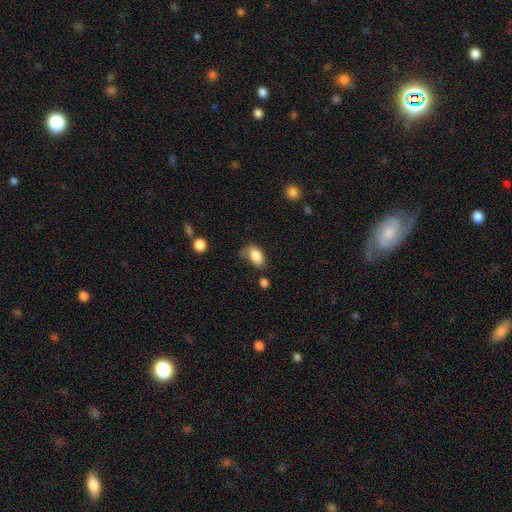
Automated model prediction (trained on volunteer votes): smooth_or_featured: smooth (p=0.84) [alt: star or artifact p=0.08]
how_rounded: in between (p=0.88) [alt: round p=0.10]
merging: none (p=0.52) [alt: minor disturbance p=0.32]